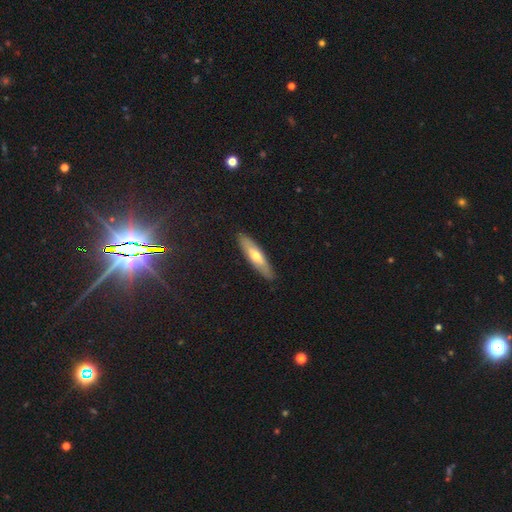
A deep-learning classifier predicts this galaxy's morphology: Smooth or featured? Predicted: smooth (p=0.53). How rounded? Predicted: cigar-shaped (p=0.72). Merging? Predicted: none (p=0.88).